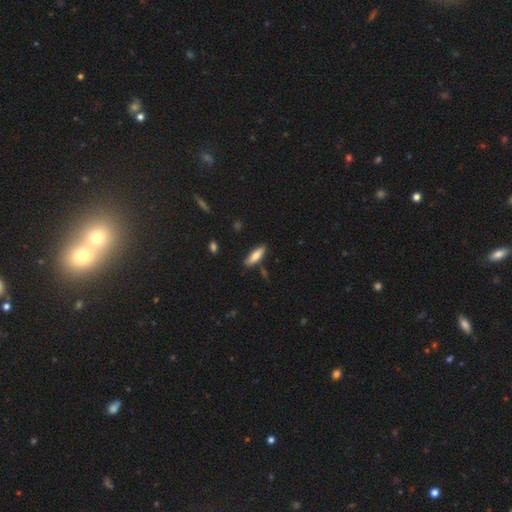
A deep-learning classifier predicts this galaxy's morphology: This is likely a smooth galaxy (75%). How rounded: possibly in between (50%). Merging: clearly none (80%).